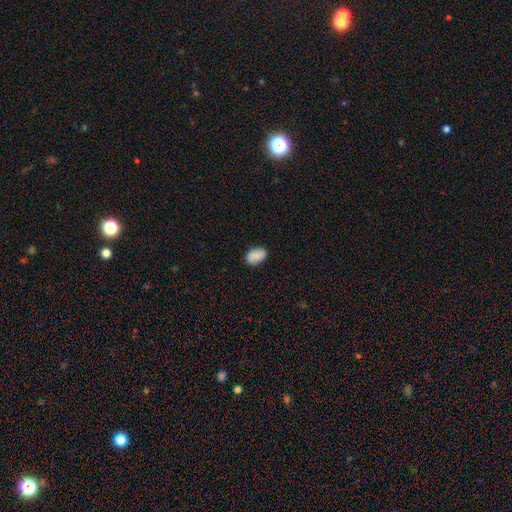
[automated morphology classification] This is clearly a smooth galaxy (86%). How rounded: clearly in between (89%). Merging: clearly none (85%).